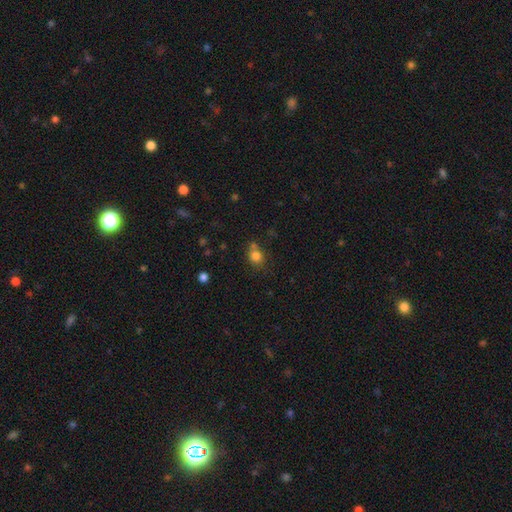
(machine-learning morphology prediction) Q: Smooth or featured?
A: smooth (80%); runner-up: star or artifact (13%)
Q: How rounded?
A: round (69%); runner-up: in between (30%)
Q: Merging?
A: none (58%); runner-up: merger (21%)